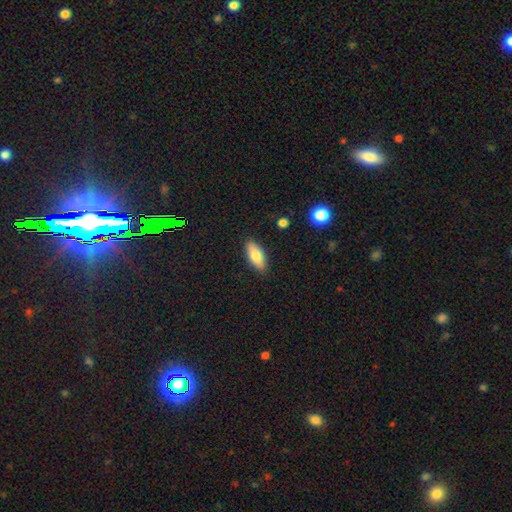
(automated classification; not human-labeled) This is likely a smooth galaxy (79%). How rounded: likely in between (78%). Merging: clearly none (87%).